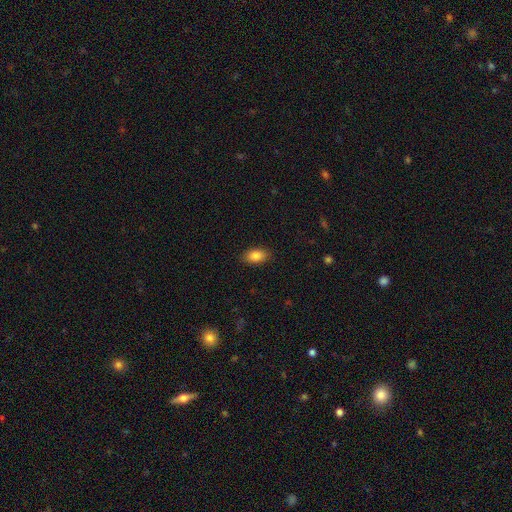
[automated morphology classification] This is clearly a smooth galaxy (86%). How rounded: clearly in between (91%). Merging: clearly none (88%).